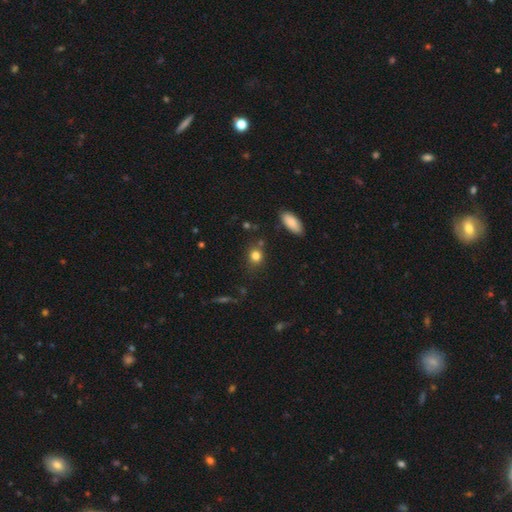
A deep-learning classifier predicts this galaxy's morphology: smooth_or_featured: smooth (p=0.81) [alt: star or artifact p=0.13]
how_rounded: round (p=0.68) [alt: in between p=0.30]
merging: none (p=0.73) [alt: minor disturbance p=0.15]